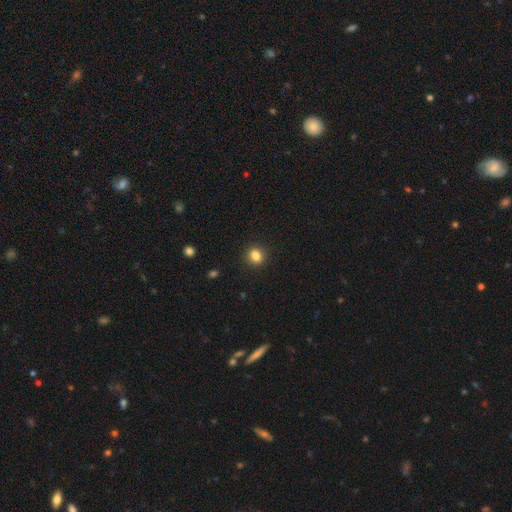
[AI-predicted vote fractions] A smooth galaxy with no disk features (84%) that is round (72%).

Vote fractions:
- Smooth or featured? smooth: 84% / star or artifact: 11% / featured or disk: 5%
- How rounded? round: 72% / in between: 27% / cigar-shaped: 1%
- Merging? none: 91% / minor disturbance: 6% / major disturbance: 2% / merger: 1%